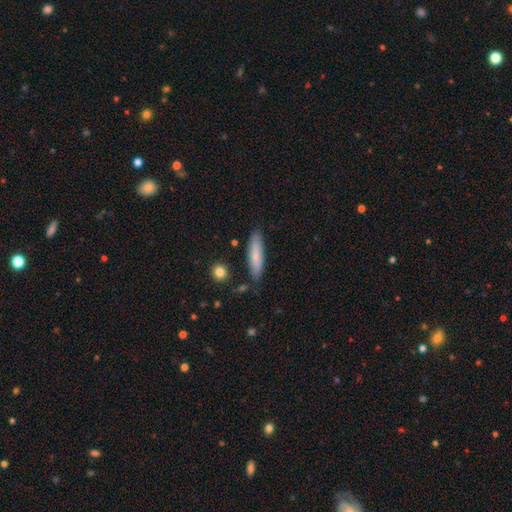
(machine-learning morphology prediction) Smooth or featured? Predicted: smooth (p=0.76). How rounded? Predicted: cigar-shaped (p=0.77). Merging? Predicted: none (p=0.84).